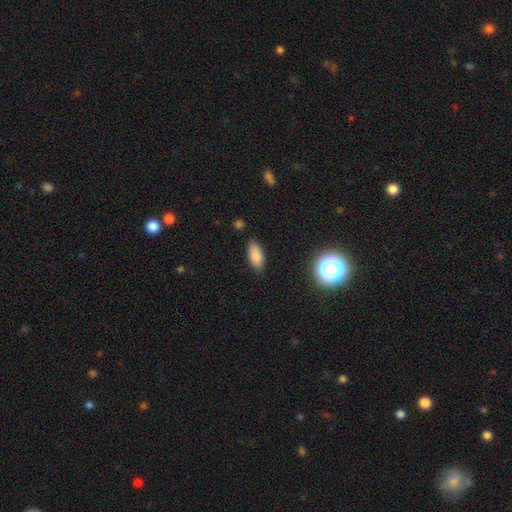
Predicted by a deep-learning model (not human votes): Morphology: type=smooth (85%); roundness=in between (87%); merging=none (83%).